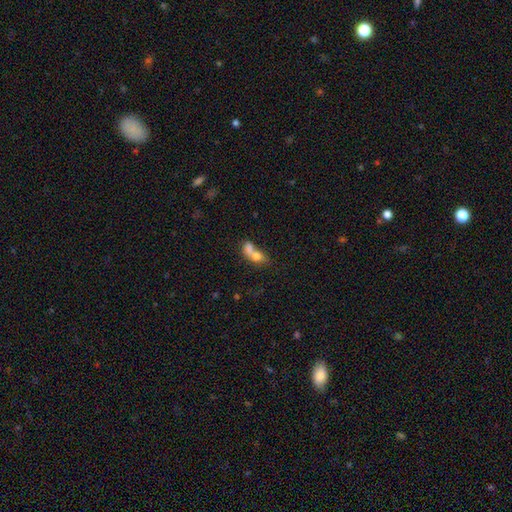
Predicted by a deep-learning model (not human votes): smooth-or-featured: smooth: 72% | featured or disk: 19% | star or artifact: 9%
  how-rounded: in between: 64% | round: 31% | cigar-shaped: 4%
  merging: merger: 73% | none: 16% | minor disturbance: 6% | major disturbance: 5%